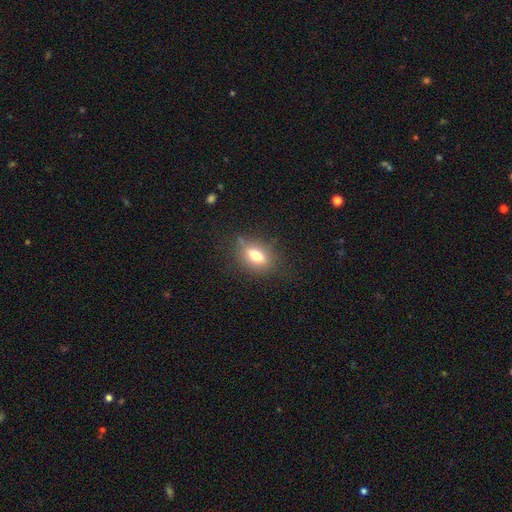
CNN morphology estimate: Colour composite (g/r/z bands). It shows a smooth galaxy with no disk features (67%) that is in between round and cigar-shaped (74%). Merging: none (75%).